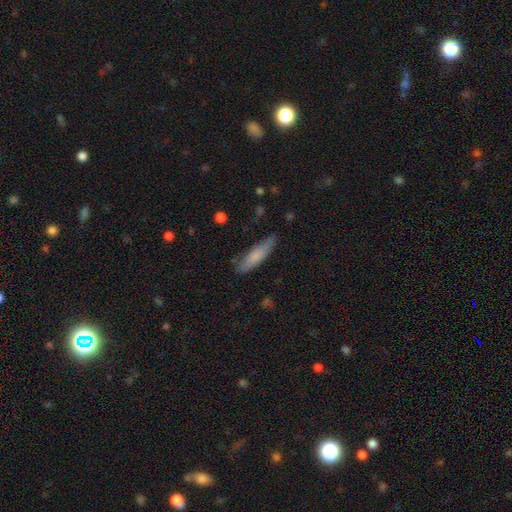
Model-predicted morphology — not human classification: smooth-or-featured: smooth: 73% | featured or disk: 21% | star or artifact: 6%
  how-rounded: cigar-shaped: 72% | in between: 26% | round: 2%
  merging: none: 76% | minor disturbance: 19% | major disturbance: 3% | merger: 2%